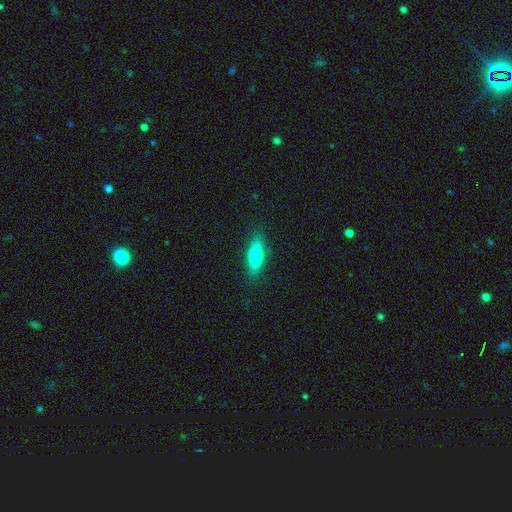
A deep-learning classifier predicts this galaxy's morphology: smooth 66%, featured or disk 27%, star or artifact 7%. Down the decision tree: how rounded — cigar-shaped (55%); merging — none (87%).